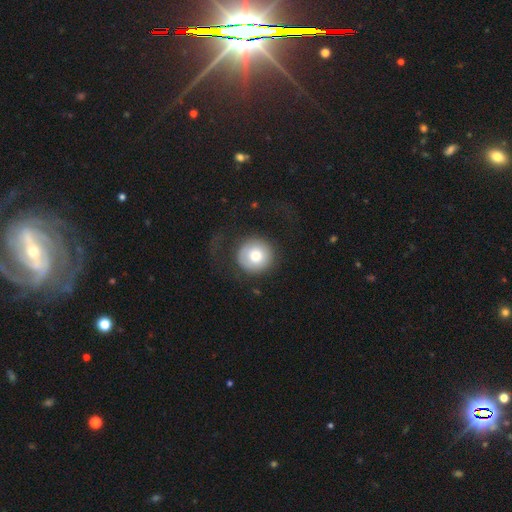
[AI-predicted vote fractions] Q: Smooth or featured?
A: smooth (71%); runner-up: featured or disk (20%)
Q: How rounded?
A: round (95%); runner-up: in between (4%)
Q: Merging?
A: none (67%); runner-up: major disturbance (18%)